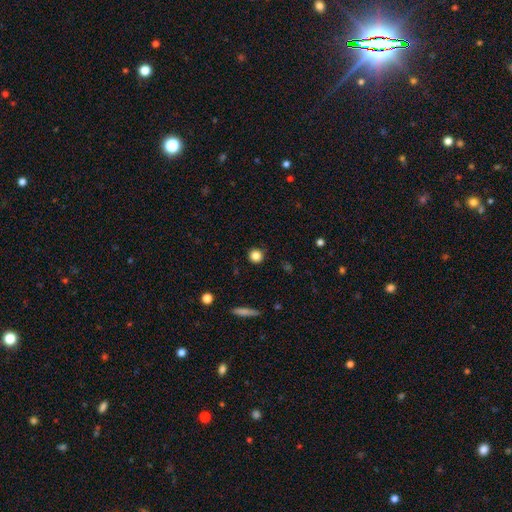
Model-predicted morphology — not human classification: Smooth or featured?
  - smooth: 84% *
  - star or artifact: 10%
  - featured or disk: 5%
How rounded?
  - round: 93% *
  - in between: 5%
  - cigar-shaped: 1%
Merging?
  - none: 90% *
  - minor disturbance: 7%
  - major disturbance: 2%
  - merger: 1%